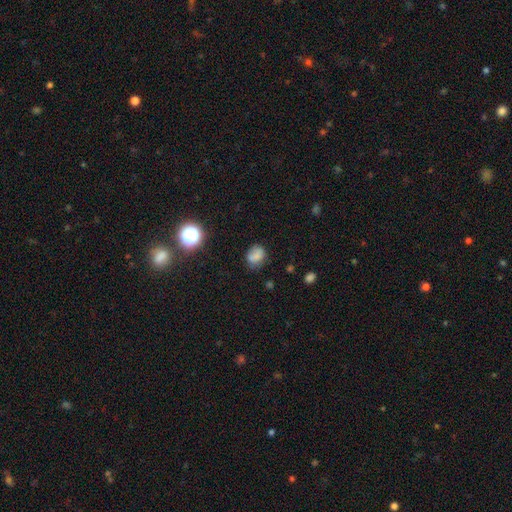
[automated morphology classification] Smooth or featured? Predicted: smooth (p=0.74). How rounded? Predicted: round (p=0.56). Merging? Predicted: none (p=0.64).